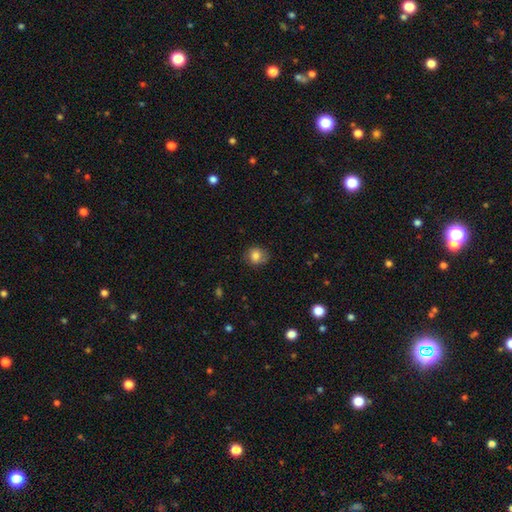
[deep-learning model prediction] Smooth or featured? Predicted: smooth (p=0.81). How rounded? Predicted: round (p=0.80). Merging? Predicted: none (p=0.78).